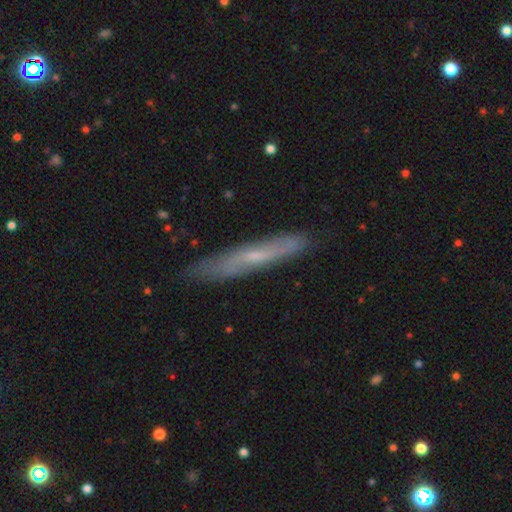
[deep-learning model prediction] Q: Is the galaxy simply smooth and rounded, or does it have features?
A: featured or disk — 56%.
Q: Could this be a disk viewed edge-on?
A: yes — 71%.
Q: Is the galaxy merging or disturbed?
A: none — 81%.